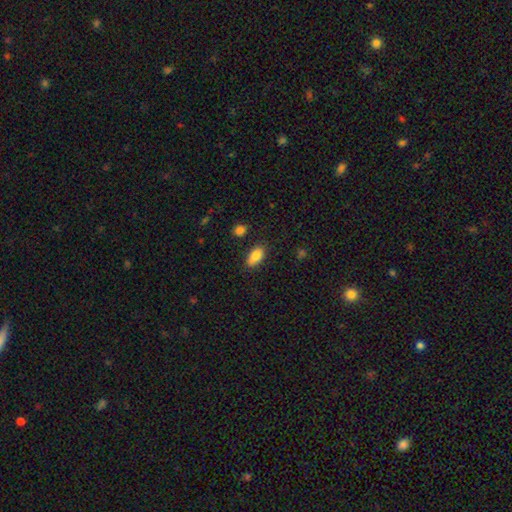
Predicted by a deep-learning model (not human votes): smooth-or-featured: smooth: 83% | featured or disk: 9% | star or artifact: 8%
  how-rounded: in between: 90% | cigar-shaped: 5% | round: 5%
  merging: none: 75% | minor disturbance: 17% | merger: 4% | major disturbance: 3%